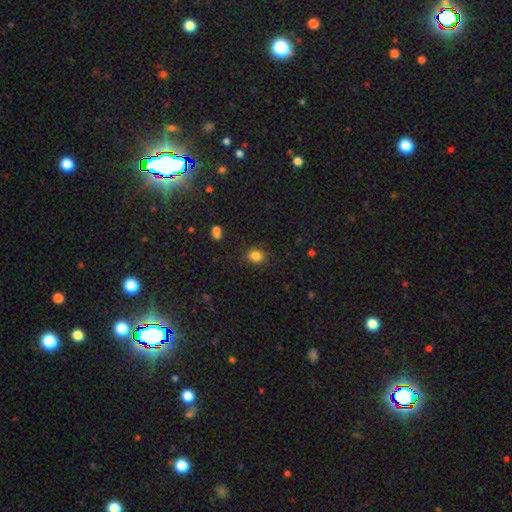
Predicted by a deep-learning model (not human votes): The model was most divided on "how rounded": round: 68%, in between: 31%, cigar-shaped: 1%. More confident: smooth or featured — smooth (83%); merging — none (80%).